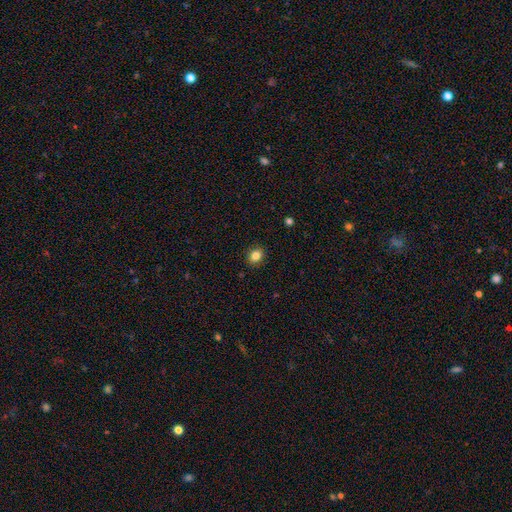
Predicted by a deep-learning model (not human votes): A smooth galaxy with no disk features (83%) that is round (54%).

Vote fractions:
- Smooth or featured? smooth: 83% / star or artifact: 11% / featured or disk: 6%
- How rounded? round: 54% / in between: 45% / cigar-shaped: 1%
- Merging? none: 90% / minor disturbance: 7% / major disturbance: 2% / merger: 1%